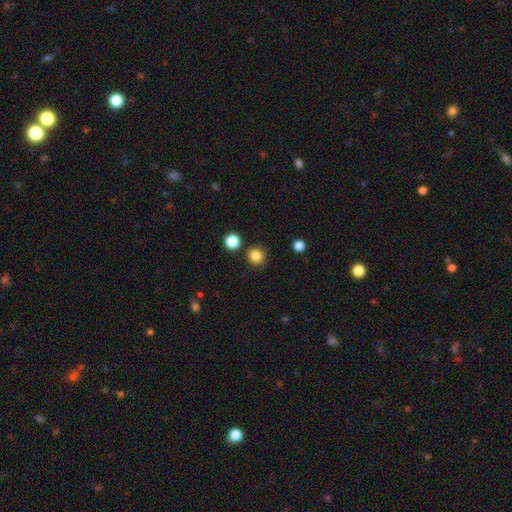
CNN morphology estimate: Smooth or featured?
  - smooth: 84% *
  - star or artifact: 12%
  - featured or disk: 4%
How rounded?
  - round: 94% *
  - in between: 5%
  - cigar-shaped: 1%
Merging?
  - none: 89% *
  - minor disturbance: 5%
  - merger: 3%
  - major disturbance: 2%